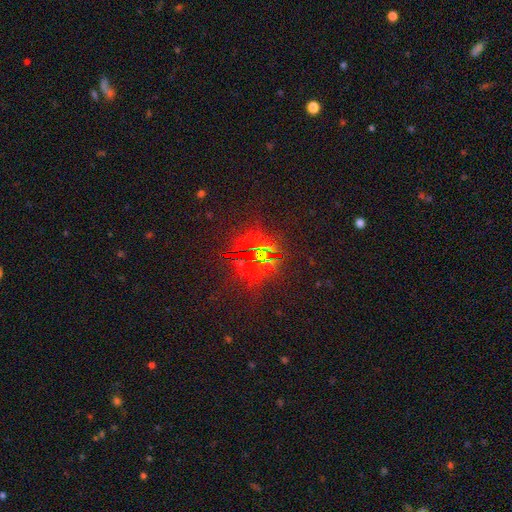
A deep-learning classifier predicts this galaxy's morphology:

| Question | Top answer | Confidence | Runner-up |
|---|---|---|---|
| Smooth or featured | star or artifact | 79% | smooth (12%) |